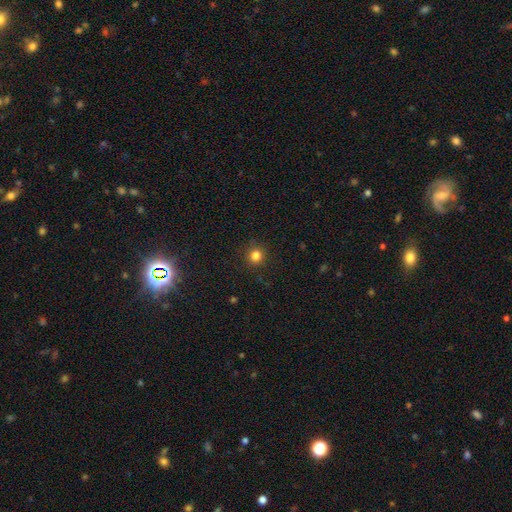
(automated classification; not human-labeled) smooth-or-featured: smooth: 82% | star or artifact: 14% | featured or disk: 4%
  how-rounded: round: 92% | in between: 7% | cigar-shaped: 1%
  merging: none: 91% | minor disturbance: 6% | major disturbance: 2% | merger: 1%